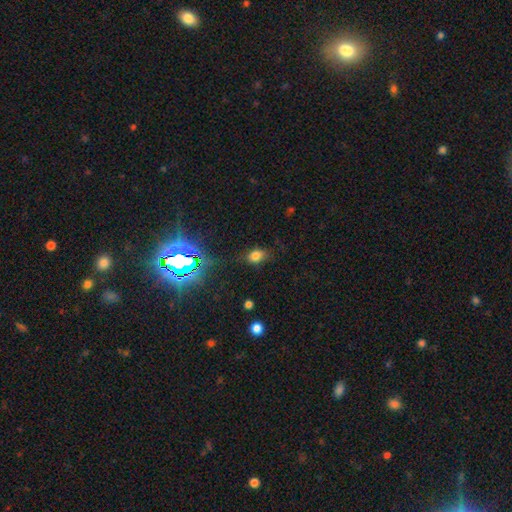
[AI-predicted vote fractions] This appears to be a smooth galaxy with no disk features (69%) that is in between round and cigar-shaped (71%). Merging: none (74%).